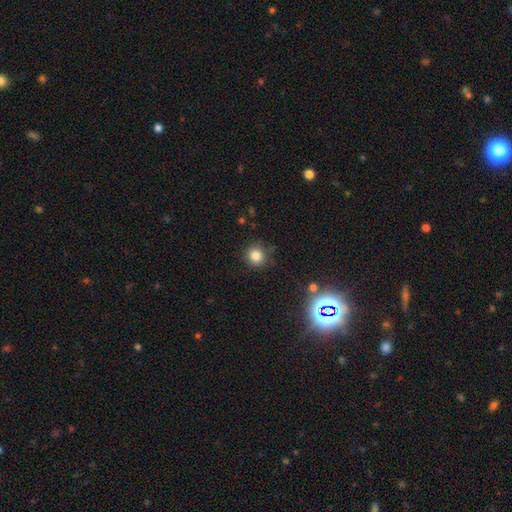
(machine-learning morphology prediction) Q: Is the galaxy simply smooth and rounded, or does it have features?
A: smooth — 82%.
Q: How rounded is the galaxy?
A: round — 91%.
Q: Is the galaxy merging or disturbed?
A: none — 85%.